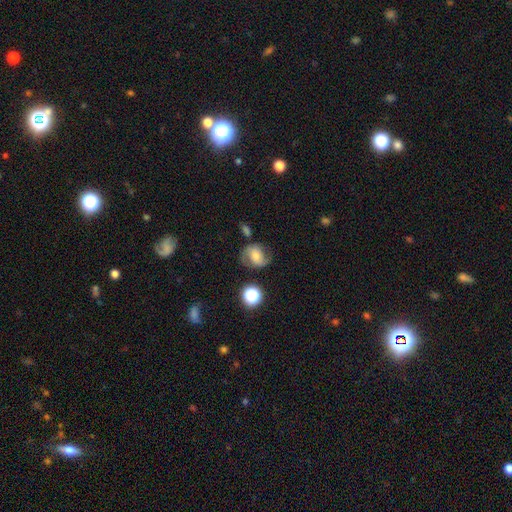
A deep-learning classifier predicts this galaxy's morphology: featured or disk 54%, smooth 35%, star or artifact 12%. Down the decision tree: edge-on disk — no (97%); bar — no (49%); spiral arms — yes (86%); bulge size — moderate (49%); merging — none (62%).